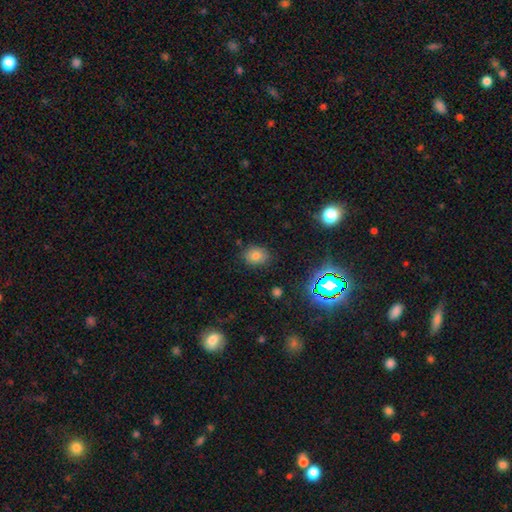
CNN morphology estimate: A smooth galaxy with no disk features (75%) that is in between round and cigar-shaped (50%).

Vote fractions:
- Smooth or featured? smooth: 75% / star or artifact: 17% / featured or disk: 8%
- How rounded? in between: 50% / round: 49% / cigar-shaped: 1%
- Merging? none: 83% / minor disturbance: 12% / major disturbance: 3% / merger: 2%